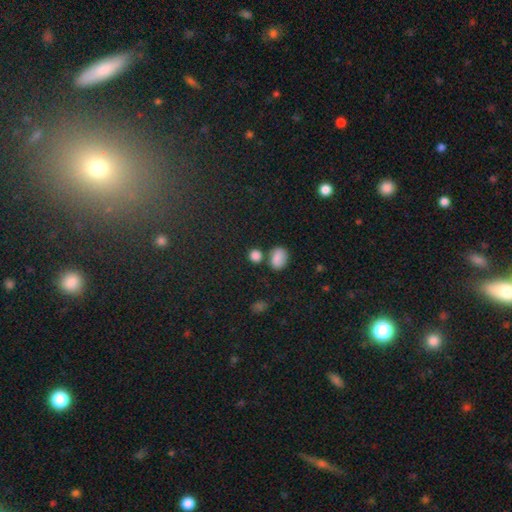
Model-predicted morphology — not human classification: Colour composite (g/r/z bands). It shows a smooth galaxy with no disk features (82%) that is round (70%). Merging: none (68%).